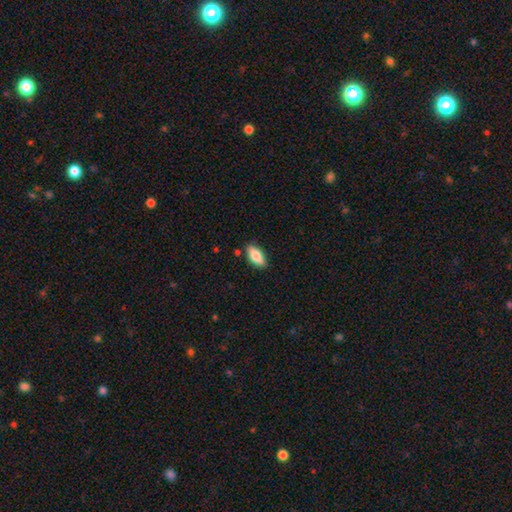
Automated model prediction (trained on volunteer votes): This is clearly a smooth galaxy (82%). How rounded: clearly in between (86%). Merging: clearly none (84%).